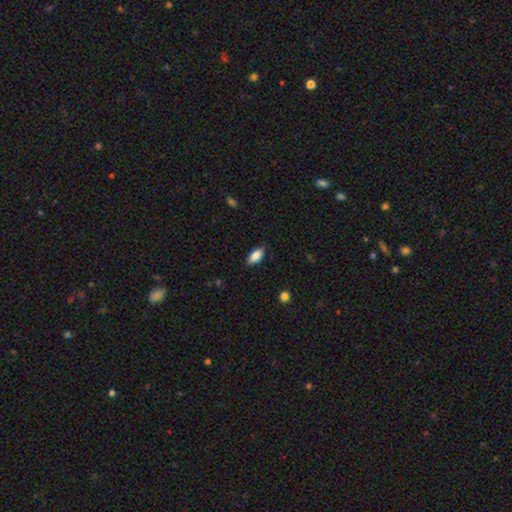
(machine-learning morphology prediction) This appears to be a smooth galaxy with no disk features (80%) that is in between round and cigar-shaped (85%). Merging: none (81%).